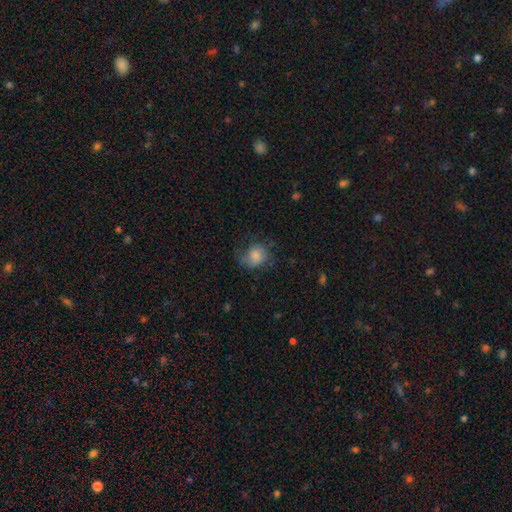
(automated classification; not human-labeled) smooth 56%, featured or disk 36%, star or artifact 9%. Down the decision tree: how rounded — round (68%); merging — none (52%).